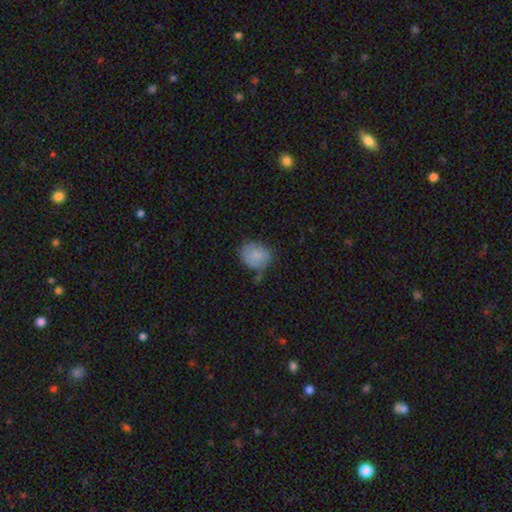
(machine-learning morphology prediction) Smooth or featured?
  - smooth: 82% *
  - featured or disk: 10%
  - star or artifact: 8%
How rounded?
  - round: 54% *
  - in between: 45%
  - cigar-shaped: 1%
Merging?
  - none: 60% *
  - minor disturbance: 26%
  - merger: 8%
  - major disturbance: 7%